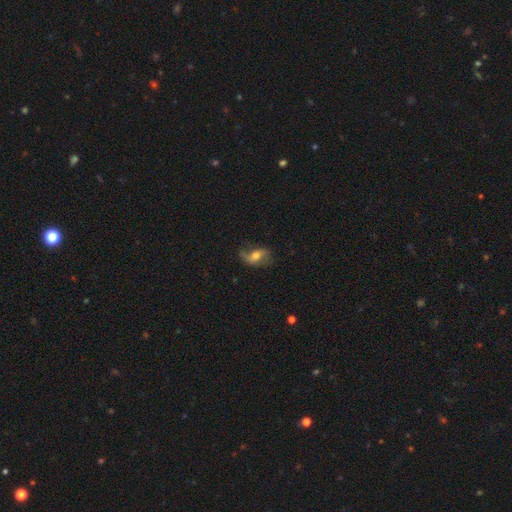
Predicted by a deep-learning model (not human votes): Smooth or featured?
  - featured or disk: 51% *
  - smooth: 39%
  - star or artifact: 9%
Edge-on disk?
  - no: 92% *
  - yes: 8%
Merging?
  - none: 60% *
  - minor disturbance: 24%
  - major disturbance: 14%
  - merger: 2%